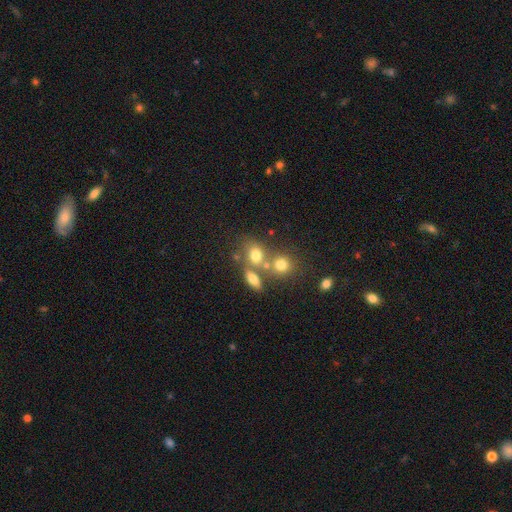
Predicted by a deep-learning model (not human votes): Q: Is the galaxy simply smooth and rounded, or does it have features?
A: smooth — 71%.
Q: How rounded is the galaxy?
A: round — 49%.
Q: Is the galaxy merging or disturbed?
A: none — 45%.